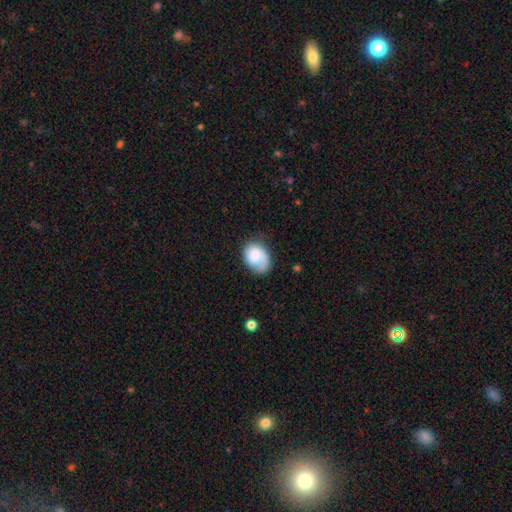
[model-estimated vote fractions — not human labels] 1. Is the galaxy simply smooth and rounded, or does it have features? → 68% smooth, 25% featured or disk, 7% star or artifact.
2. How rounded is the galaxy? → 75% in between, 24% round, 1% cigar-shaped.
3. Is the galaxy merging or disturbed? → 56% none, 29% minor disturbance, 12% major disturbance, 3% merger.